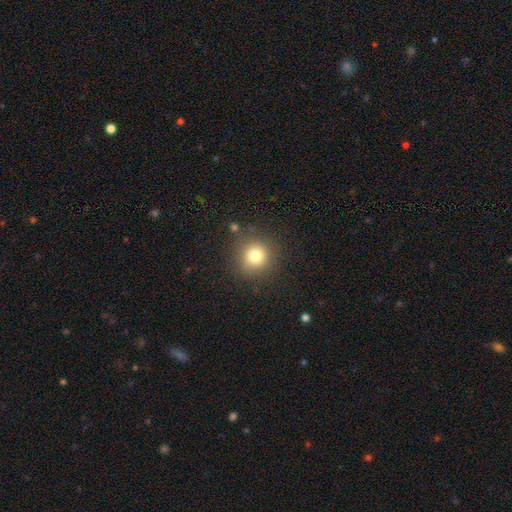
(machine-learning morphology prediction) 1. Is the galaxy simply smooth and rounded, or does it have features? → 78% smooth, 13% star or artifact, 8% featured or disk.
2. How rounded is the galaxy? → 93% round, 6% in between, 1% cigar-shaped.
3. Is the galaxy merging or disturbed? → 85% none, 9% minor disturbance, 3% major disturbance, 2% merger.